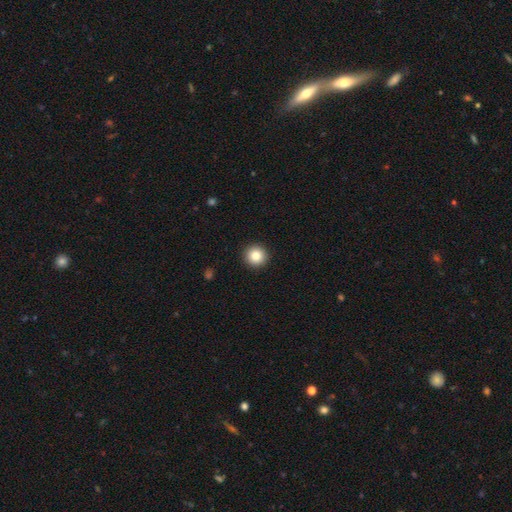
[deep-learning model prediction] This appears to be a smooth galaxy with no disk features (84%) that is round (95%). Merging: none (93%).